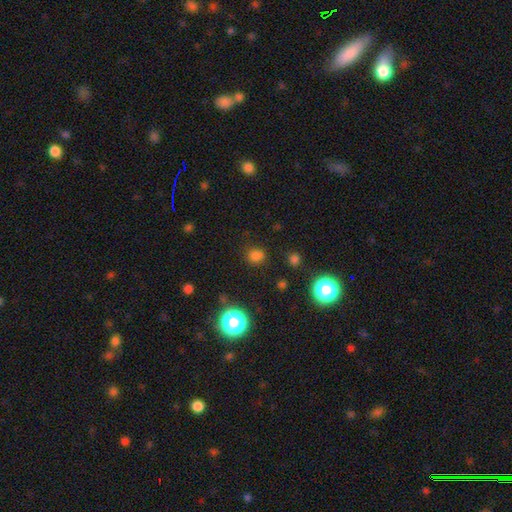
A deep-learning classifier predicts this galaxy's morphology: smooth_or_featured: smooth (p=0.71) [alt: star or artifact p=0.24]
how_rounded: round (p=0.79) [alt: in between p=0.20]
merging: none (p=0.82) [alt: minor disturbance p=0.11]